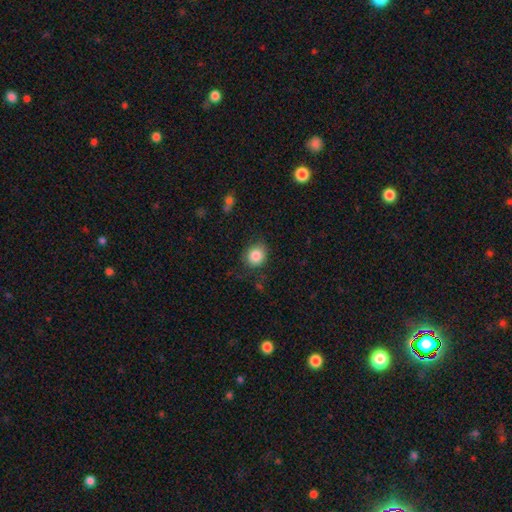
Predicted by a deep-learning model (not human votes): Q: Smooth or featured?
A: smooth (85%); runner-up: star or artifact (9%)
Q: How rounded?
A: round (76%); runner-up: in between (23%)
Q: Merging?
A: none (77%); runner-up: minor disturbance (17%)